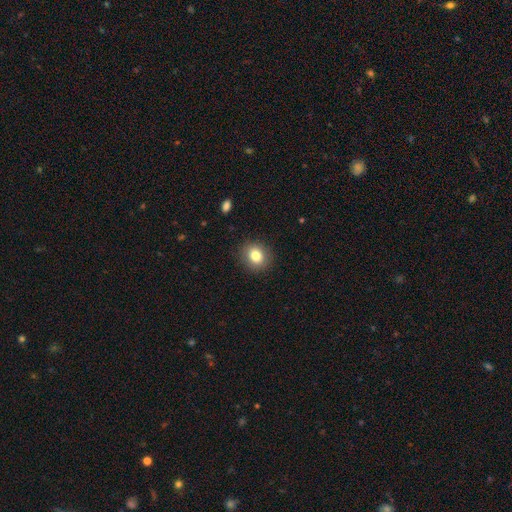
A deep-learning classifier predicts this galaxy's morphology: A smooth galaxy with no disk features (81%) that is round (73%). Merging: none (89%).